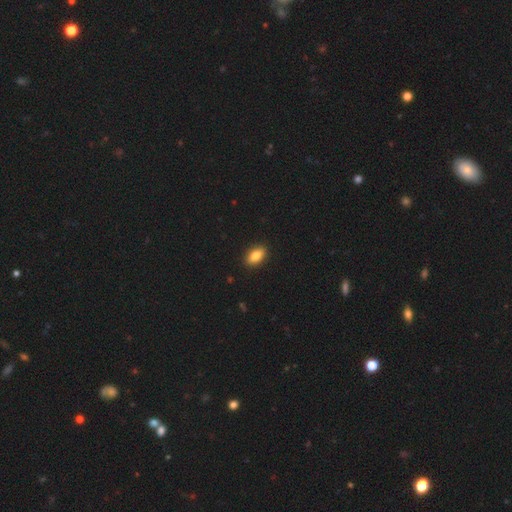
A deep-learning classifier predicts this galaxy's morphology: smooth 83%, featured or disk 9%, star or artifact 8%. Down the decision tree: how rounded — in between (89%); merging — none (90%).